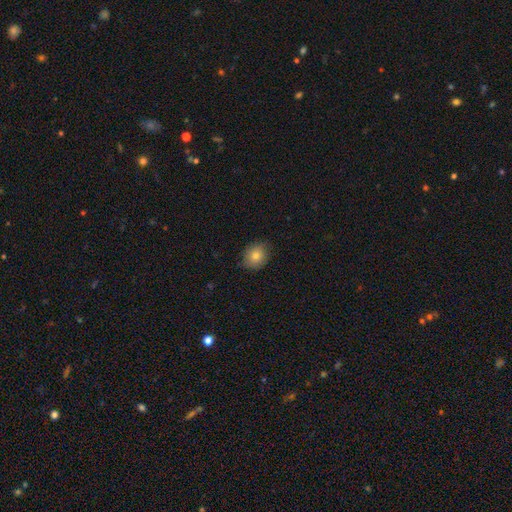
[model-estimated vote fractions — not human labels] This is likely a smooth galaxy (79%). How rounded: likely round (71%). Merging: clearly none (81%).